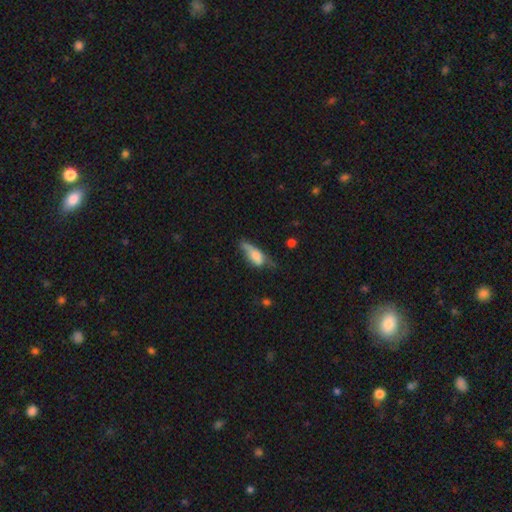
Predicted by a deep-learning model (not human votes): A smooth galaxy with no disk features (64%) that is in between round and cigar-shaped (67%).

Vote fractions:
- Smooth or featured? smooth: 64% / featured or disk: 28% / star or artifact: 8%
- How rounded? in between: 67% / cigar-shaped: 30% / round: 3%
- Merging? minor disturbance: 37% / none: 32% / major disturbance: 26% / merger: 5%